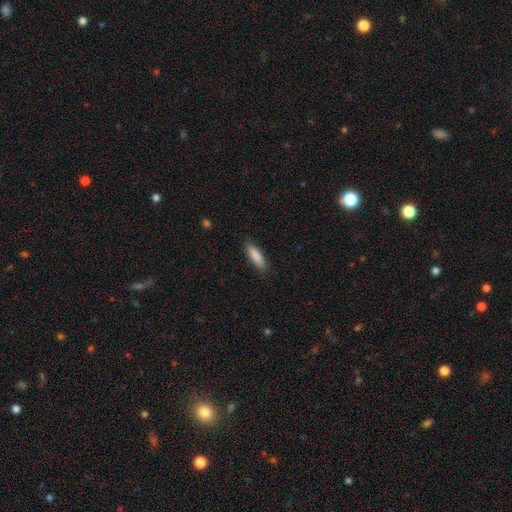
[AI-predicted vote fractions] Smooth or featured: smooth — 87% (featured or disk — 6%)
How rounded: cigar-shaped — 59% (in between — 39%)
Merging: none — 85% (minor disturbance — 11%)